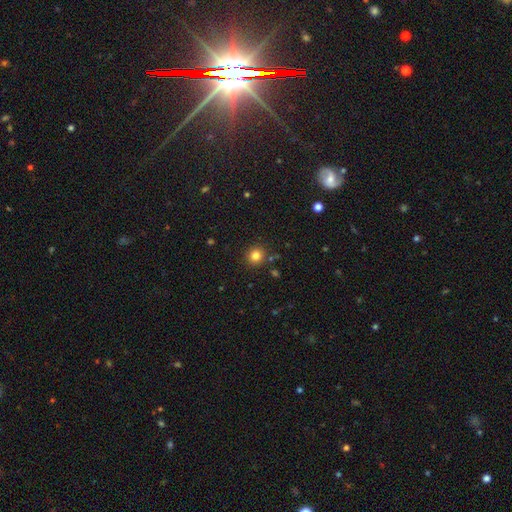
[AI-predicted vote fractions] smooth_or_featured: smooth (p=0.81) [alt: star or artifact p=0.13]
how_rounded: round (p=0.92) [alt: in between p=0.08]
merging: none (p=0.89) [alt: minor disturbance p=0.06]